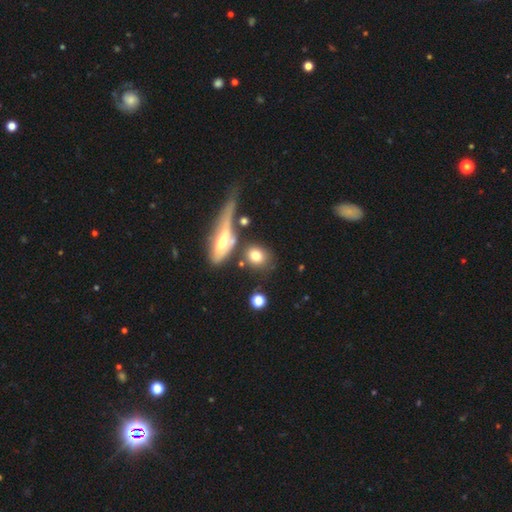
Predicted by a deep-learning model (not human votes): Overall: smooth (76%). How rounded: round (59%; in between 35%). Merging: none (63%).